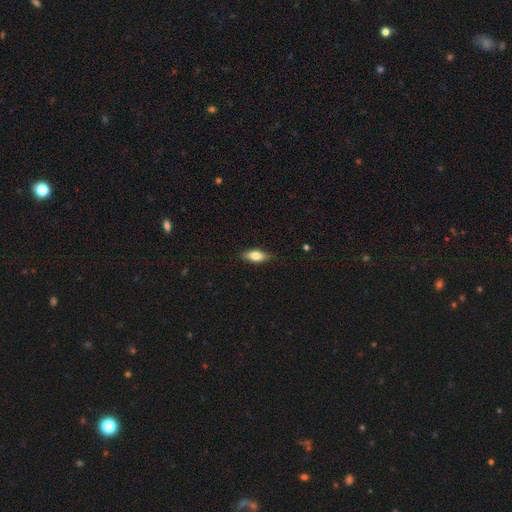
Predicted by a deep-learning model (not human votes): This appears to be a smooth galaxy with no disk features (74%) that is in between round and cigar-shaped (80%). Merging: none (84%).